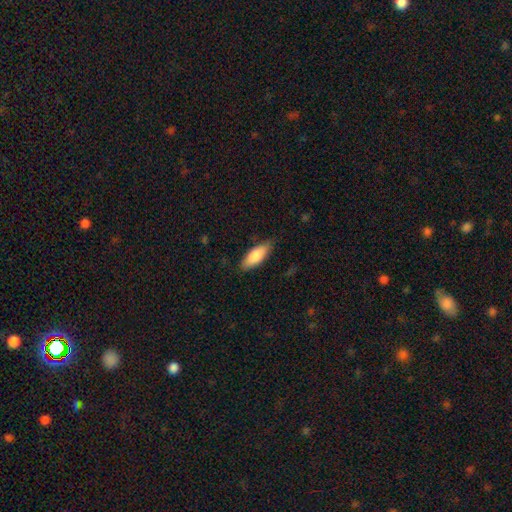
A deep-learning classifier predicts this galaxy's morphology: smooth 82%, featured or disk 12%, star or artifact 6%. Down the decision tree: how rounded — in between (75%); merging — none (80%).